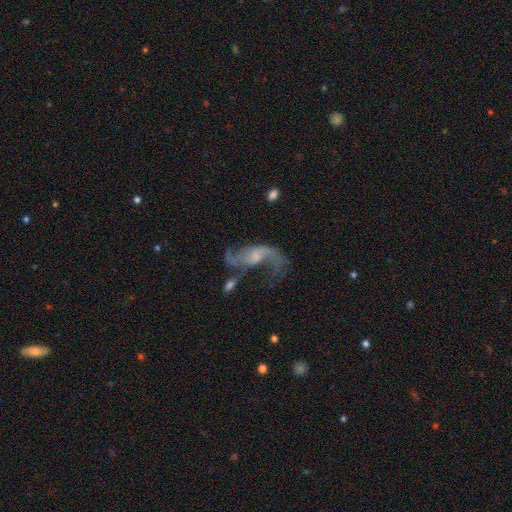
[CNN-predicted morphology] Smooth or featured? Predicted: featured or disk (p=0.81). Edge-on disk? Predicted: no (p=0.94). Bar? Predicted: no (p=0.54). Spiral arms? Predicted: yes (p=0.88). Spiral winding? Predicted: loose (p=0.86). Spiral arm count? Predicted: 2 (p=0.81). Bulge size? Predicted: small (p=0.46). Merging? Predicted: none (p=0.42).